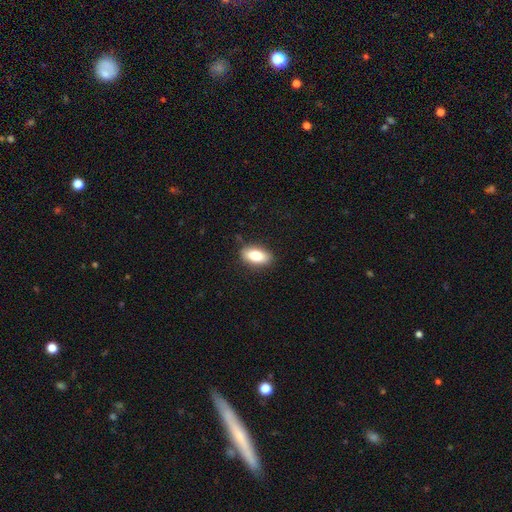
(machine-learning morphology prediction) Overall: smooth (82%). How rounded: in between (90%). Merging: none (86%).